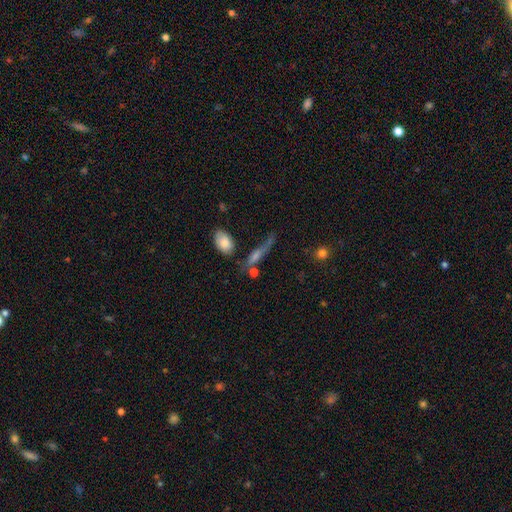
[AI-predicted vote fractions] This is possibly a smooth galaxy (49%). Merging: possibly none (47%).